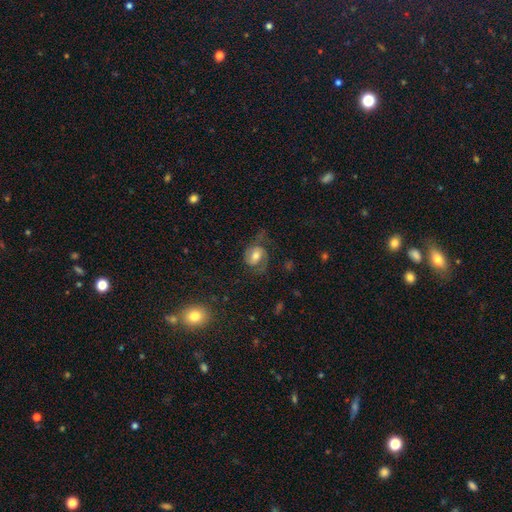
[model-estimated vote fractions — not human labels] A featured or disk galaxy (53%) with no bar (45%), spiral arms (82%) and a moderate central bulge (62%). Merging: none (51%).